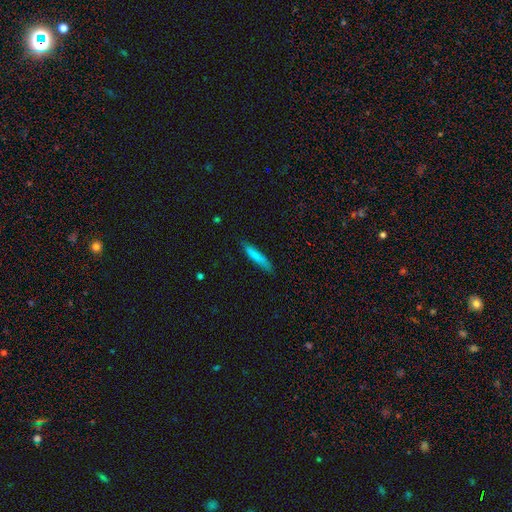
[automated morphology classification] The model was most divided on "smooth or featured": smooth: 80%, featured or disk: 14%, star or artifact: 6%. More confident: how rounded — cigar-shaped (90%); merging — none (81%).